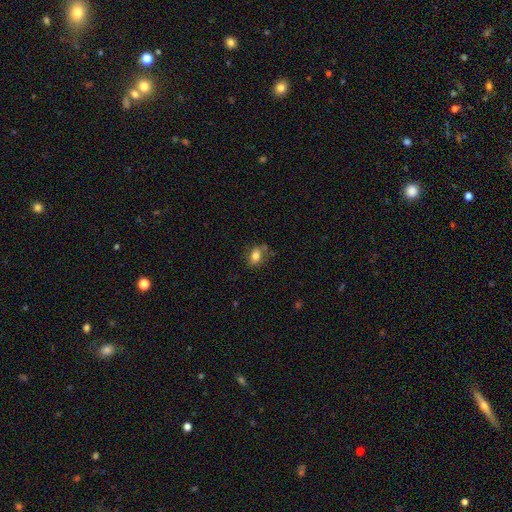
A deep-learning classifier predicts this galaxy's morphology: This is clearly a smooth galaxy (80%). How rounded: likely in between (76%). Merging: likely none (68%).